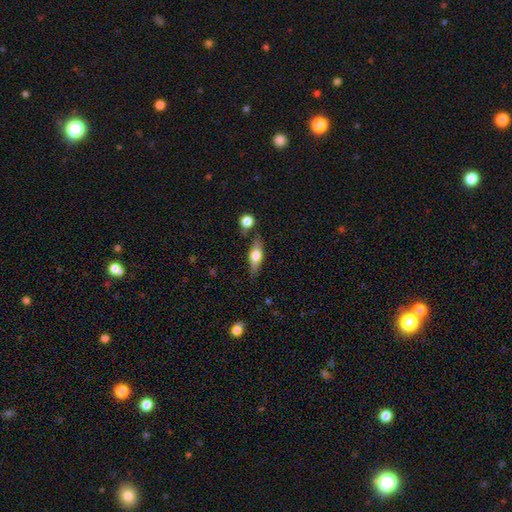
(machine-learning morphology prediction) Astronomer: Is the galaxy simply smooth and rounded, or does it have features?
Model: smooth — 53% (runner-up: featured or disk, 40%).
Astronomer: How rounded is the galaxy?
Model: in between — 56% (runner-up: cigar-shaped, 39%).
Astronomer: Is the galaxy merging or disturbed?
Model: none — 71%.